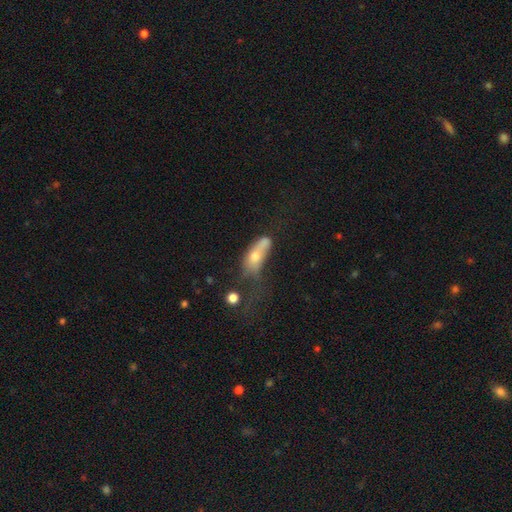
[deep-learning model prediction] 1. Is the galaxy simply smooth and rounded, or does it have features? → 61% smooth, 29% featured or disk, 10% star or artifact.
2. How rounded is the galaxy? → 72% in between, 21% cigar-shaped, 7% round.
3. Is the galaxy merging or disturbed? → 31% major disturbance, 27% merger, 21% none, 20% minor disturbance.